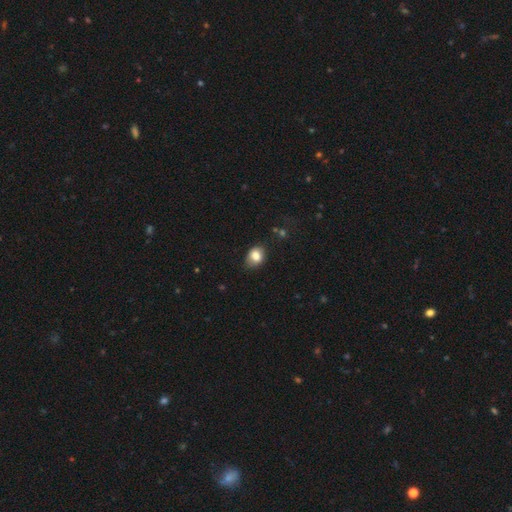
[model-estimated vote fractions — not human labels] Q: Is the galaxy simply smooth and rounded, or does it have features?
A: smooth — 82%.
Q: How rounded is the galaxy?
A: in between — 56%.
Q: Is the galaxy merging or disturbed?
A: none — 66%.